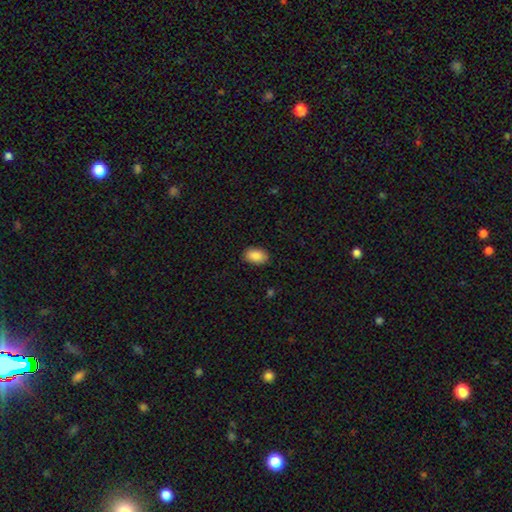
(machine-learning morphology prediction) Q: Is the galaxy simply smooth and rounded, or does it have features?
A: smooth — 88%.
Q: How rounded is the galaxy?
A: in between — 90%.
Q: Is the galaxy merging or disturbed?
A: none — 89%.